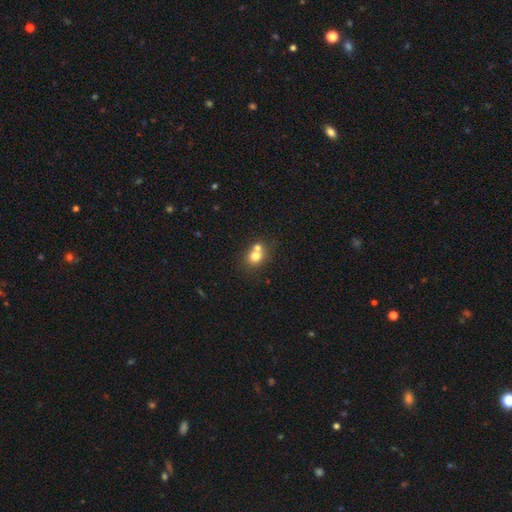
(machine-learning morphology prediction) Q: Smooth or featured?
A: smooth (74%); runner-up: featured or disk (15%)
Q: How rounded?
A: round (73%); runner-up: in between (27%)
Q: Merging?
A: merger (50%); runner-up: none (40%)